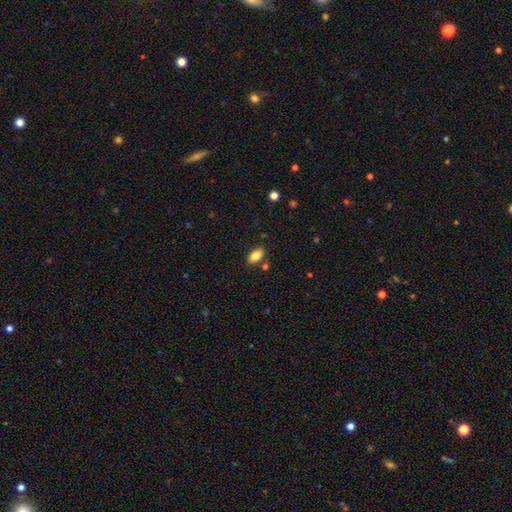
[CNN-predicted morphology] Smooth or featured? smooth (83%)
How rounded? in between (91%)
Merging? none (83%)